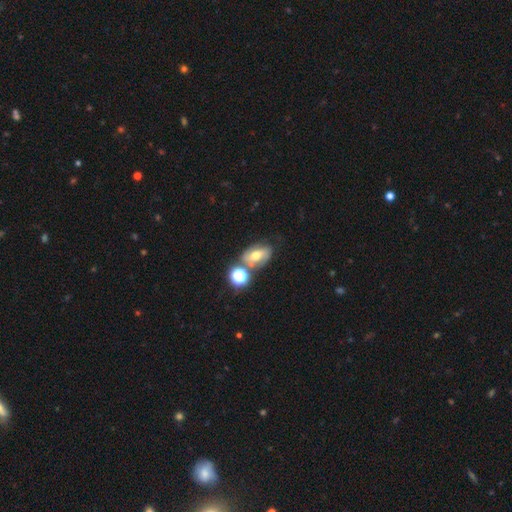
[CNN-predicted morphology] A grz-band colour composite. It shows a featured or disk galaxy (46%). Merging: none (54%).